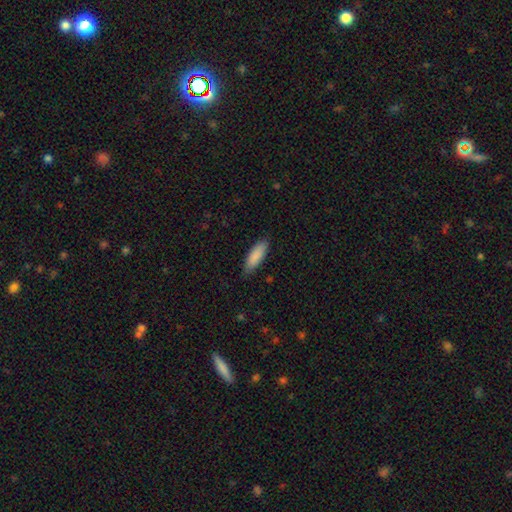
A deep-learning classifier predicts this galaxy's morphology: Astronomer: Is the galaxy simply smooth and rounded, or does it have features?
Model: smooth — 89%.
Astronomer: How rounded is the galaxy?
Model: in between — 57% (runner-up: cigar-shaped, 41%).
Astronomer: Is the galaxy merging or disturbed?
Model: none — 83%.